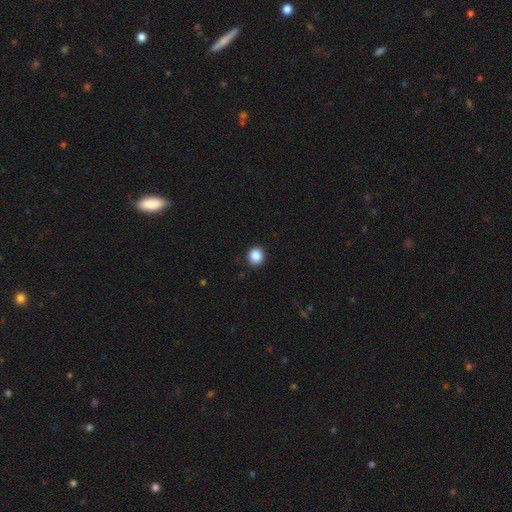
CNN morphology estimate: Smooth or featured? smooth (87%)
How rounded? round (88%)
Merging? none (91%)